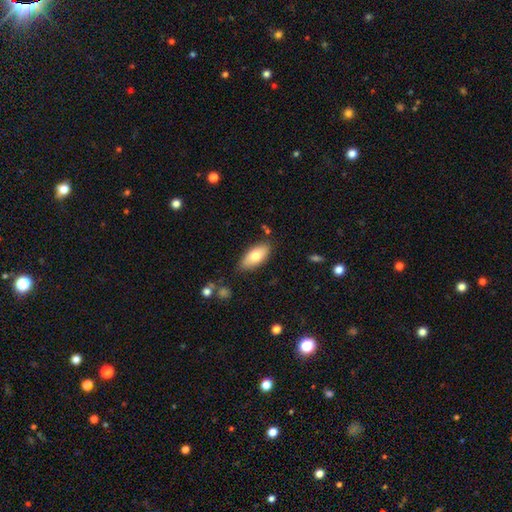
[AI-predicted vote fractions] The model was most divided on "smooth or featured": smooth: 75%, featured or disk: 19%, star or artifact: 6%. More confident: how rounded — in between (88%); merging — none (82%).